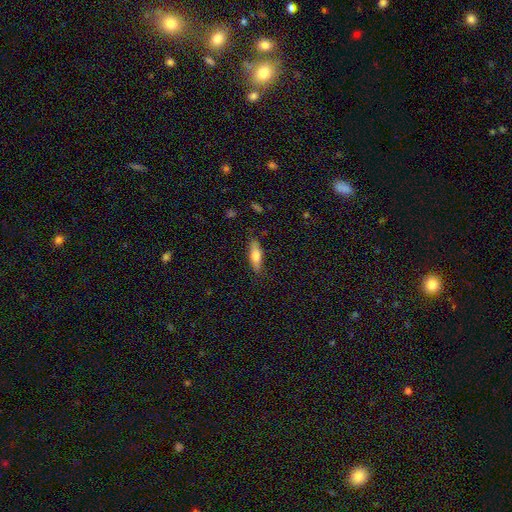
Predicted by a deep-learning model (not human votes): smooth 66%, featured or disk 28%, star or artifact 6%. Down the decision tree: how rounded — cigar-shaped (50%); merging — none (81%).